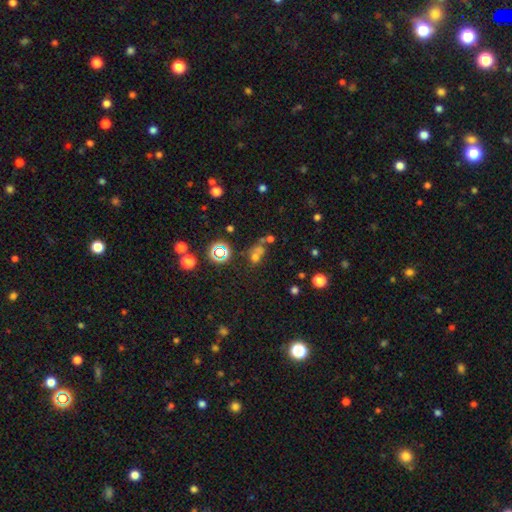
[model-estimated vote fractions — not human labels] Smooth or featured? Predicted: smooth (p=0.47). Merging? Predicted: none (p=0.46).